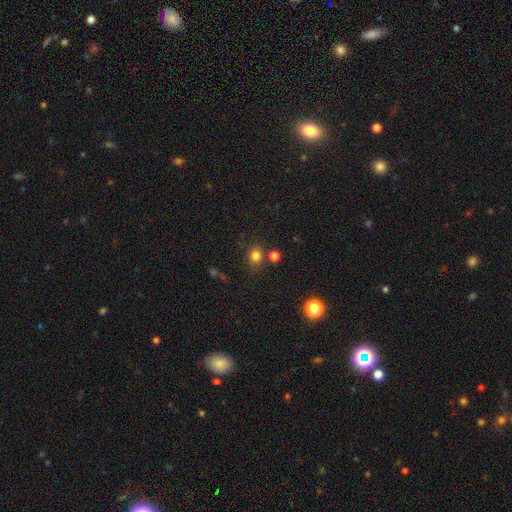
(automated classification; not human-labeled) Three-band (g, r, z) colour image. It shows a smooth galaxy with no disk features (80%) that is round (78%). Merging: none (75%).